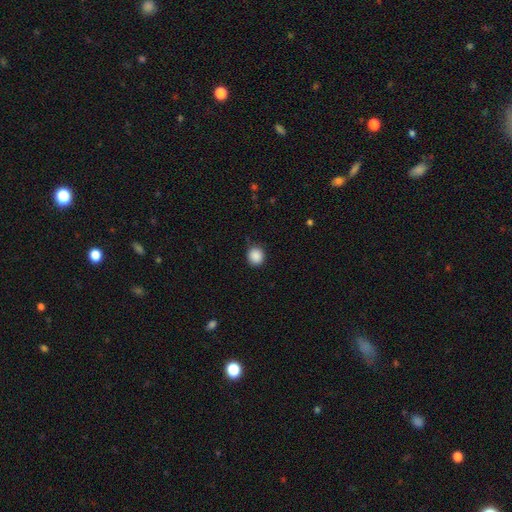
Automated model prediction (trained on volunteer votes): Overall: smooth (89%). How rounded: round (87%). Merging: none (88%).